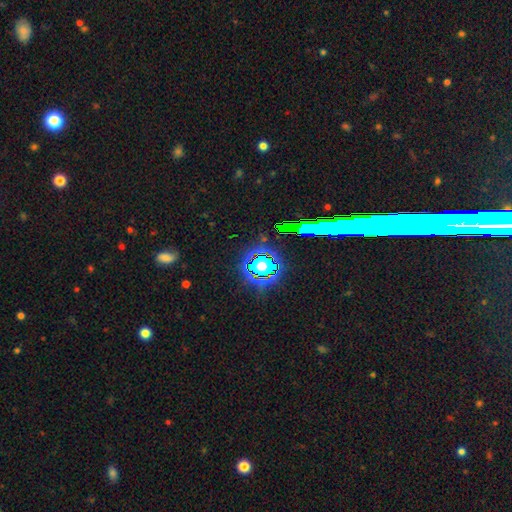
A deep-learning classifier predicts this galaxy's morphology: The model was most divided on "smooth or featured": star or artifact: 70%, smooth: 16%, featured or disk: 14%.